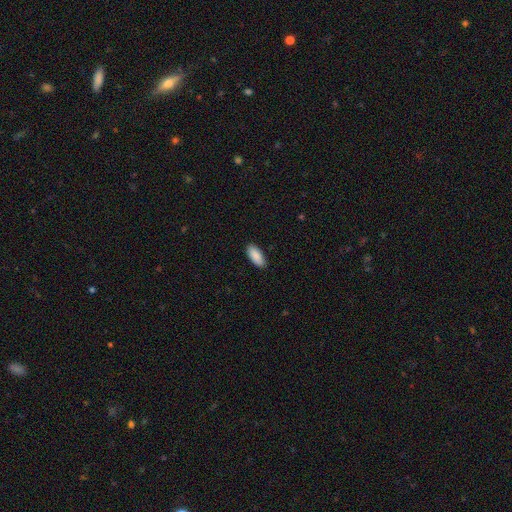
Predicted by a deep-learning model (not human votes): Smooth or featured?
  - smooth: 90% *
  - star or artifact: 6%
  - featured or disk: 4%
How rounded?
  - in between: 87% *
  - cigar-shaped: 12%
  - round: 2%
Merging?
  - none: 89% *
  - minor disturbance: 8%
  - major disturbance: 2%
  - merger: 1%